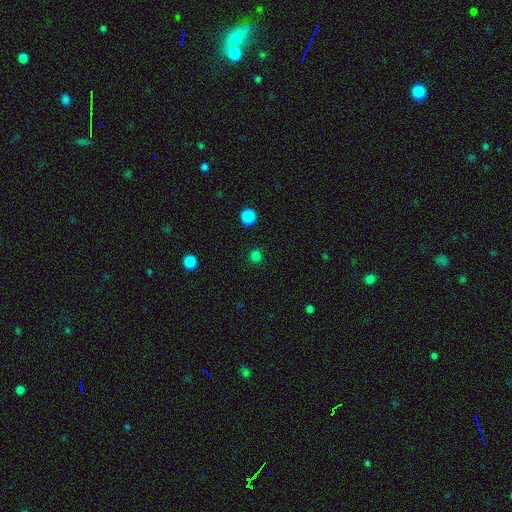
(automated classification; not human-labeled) Q: Smooth or featured?
A: smooth (79%); runner-up: star or artifact (18%)
Q: How rounded?
A: round (92%); runner-up: in between (7%)
Q: Merging?
A: none (90%); runner-up: minor disturbance (6%)